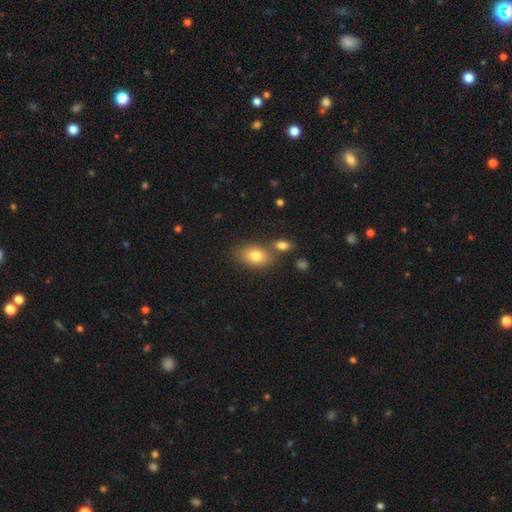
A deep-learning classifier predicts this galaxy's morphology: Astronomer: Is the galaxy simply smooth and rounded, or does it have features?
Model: smooth — 79%.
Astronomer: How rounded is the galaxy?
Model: in between — 83%.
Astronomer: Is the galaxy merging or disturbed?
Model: none — 64%.